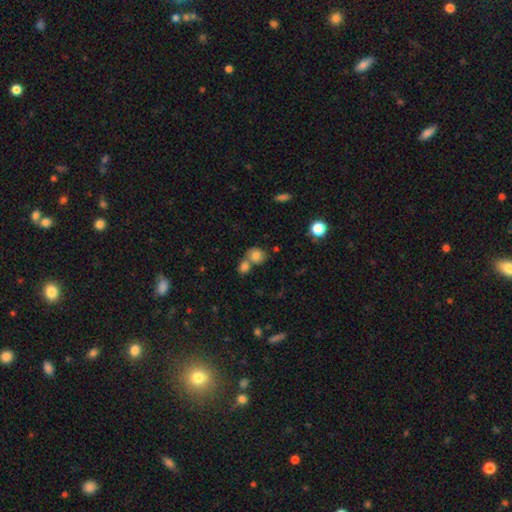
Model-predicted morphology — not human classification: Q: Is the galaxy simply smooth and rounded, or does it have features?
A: smooth — 78%.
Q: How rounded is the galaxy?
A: round — 70%.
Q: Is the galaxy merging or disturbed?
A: merger — 46%.